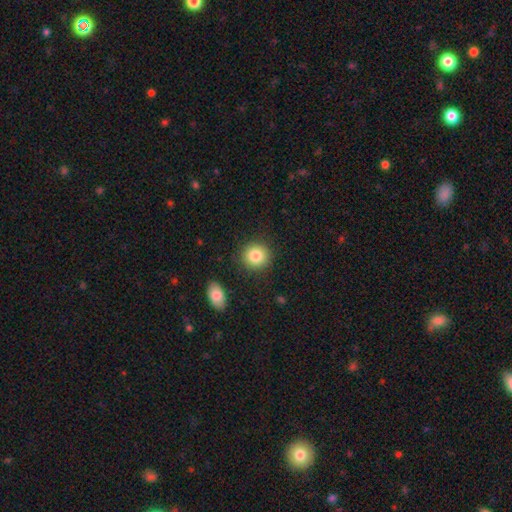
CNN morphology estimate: Overall: smooth (84%). How rounded: round (88%). Merging: none (87%).